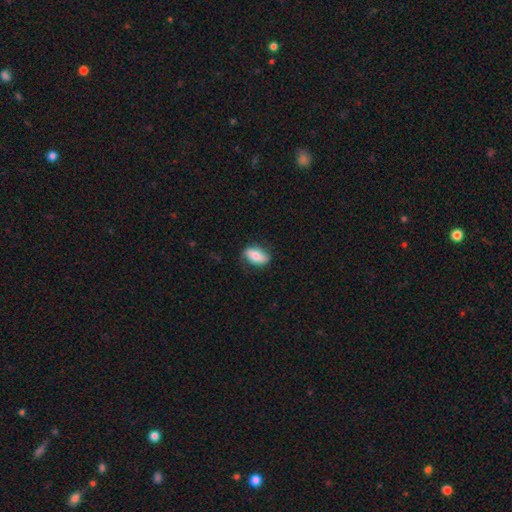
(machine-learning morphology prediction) smooth_or_featured: smooth (p=0.66) [alt: featured or disk p=0.27]
how_rounded: in between (p=0.90) [alt: round p=0.07]
merging: none (p=0.70) [alt: minor disturbance p=0.22]